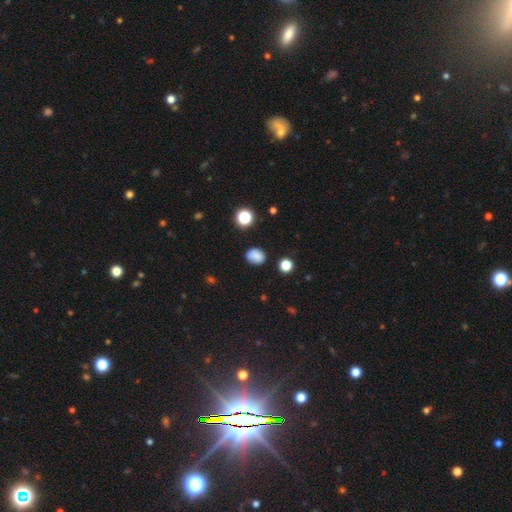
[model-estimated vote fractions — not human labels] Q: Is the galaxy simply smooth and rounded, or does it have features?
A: smooth — 81%.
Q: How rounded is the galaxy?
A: in between — 50%.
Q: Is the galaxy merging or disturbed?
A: none — 78%.